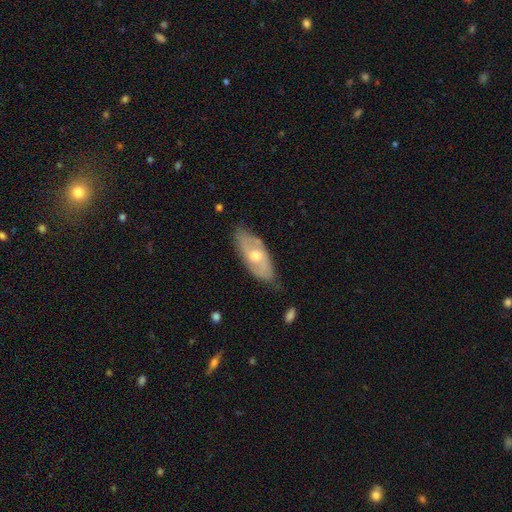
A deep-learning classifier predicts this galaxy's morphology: Overall: featured or disk (62%; smooth 32%). Edge-on disk: no (84%). Bar: no (61%; weak 32%). Spiral arms: yes (69%; no 31%). Bulge size: moderate (69%). Merging: none (75%).